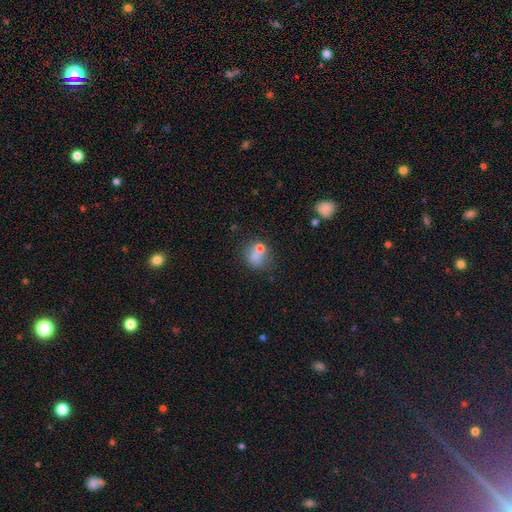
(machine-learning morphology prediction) A smooth galaxy with no disk features (69%) that is round (74%). Merging: none (47%).